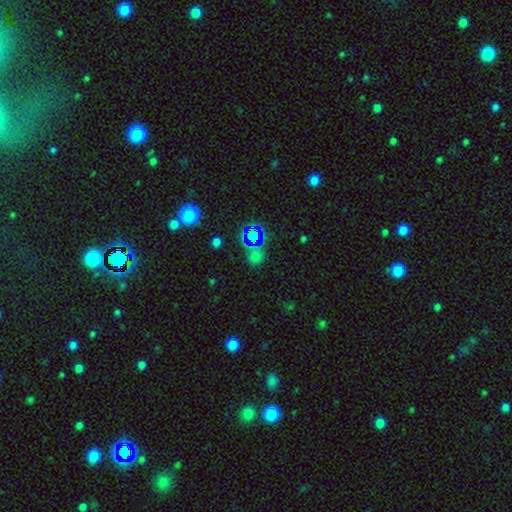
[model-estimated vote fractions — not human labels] Smooth or featured?
  - smooth: 47% *
  - star or artifact: 45%
  - featured or disk: 8%
Merging?
  - none: 67% *
  - minor disturbance: 13%
  - merger: 12%
  - major disturbance: 8%